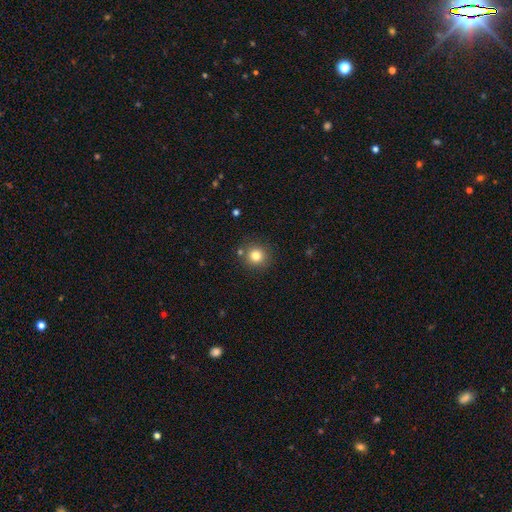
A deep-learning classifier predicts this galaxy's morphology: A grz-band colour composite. It shows a smooth galaxy with no disk features (80%) that is round (93%). Merging: none (85%).